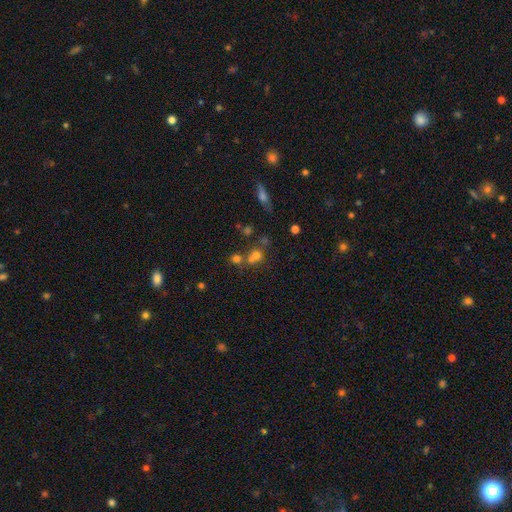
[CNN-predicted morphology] type=smooth (63%); roundness=round (79%); merging=merger (44%).